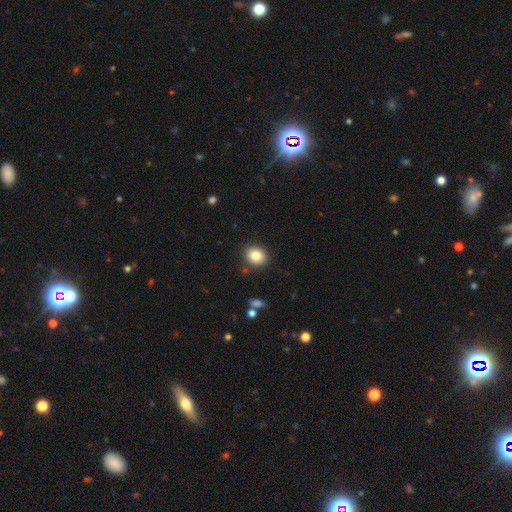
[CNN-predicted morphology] Smooth or featured? smooth (85%)
How rounded? round (69%)
Merging? none (86%)